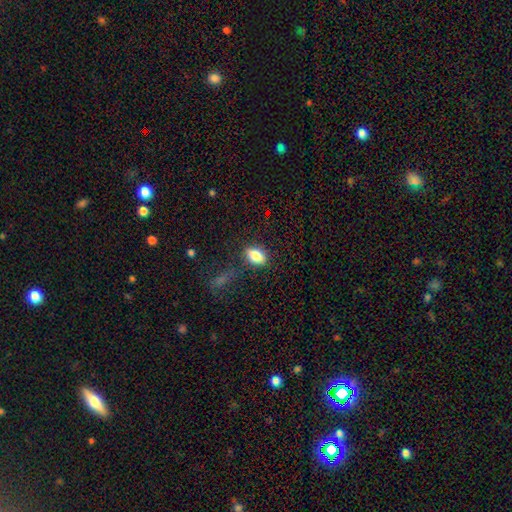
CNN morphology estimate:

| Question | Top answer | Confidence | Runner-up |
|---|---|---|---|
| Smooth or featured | smooth | 80% | featured or disk (11%) |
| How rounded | in between | 83% | round (13%) |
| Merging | none | 80% | minor disturbance (13%) |